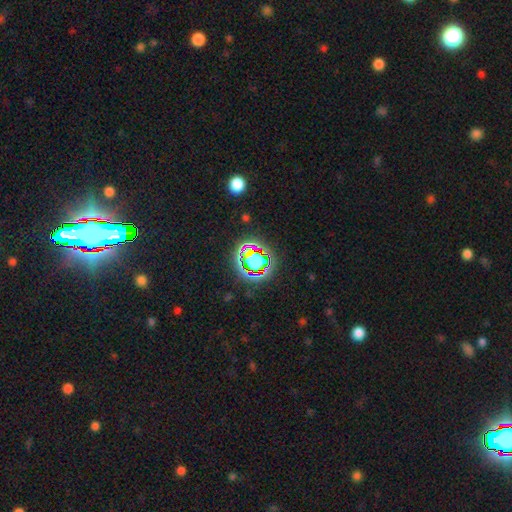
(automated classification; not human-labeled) smooth-or-featured: star or artifact: 63% | smooth: 23% | featured or disk: 14%